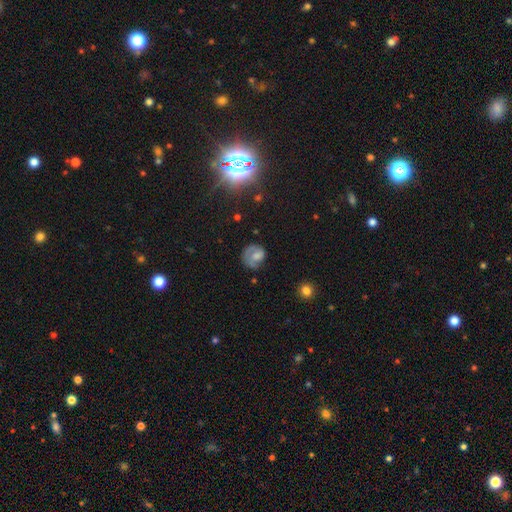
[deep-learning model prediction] Overall: smooth (48%; featured or disk 42%). Merging: none (50%; minor disturbance 25%).